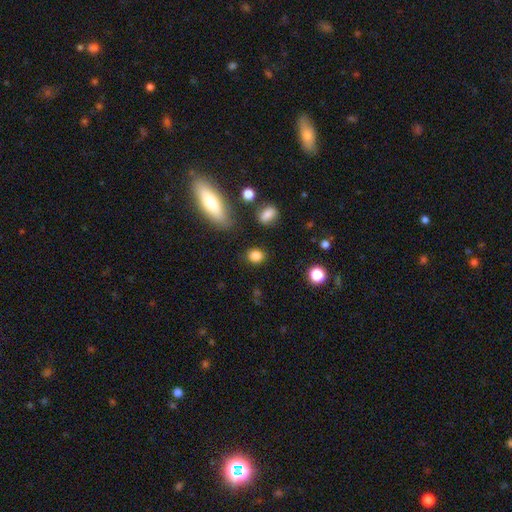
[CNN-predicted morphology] This is clearly a smooth galaxy (84%). How rounded: likely round (61%). Merging: clearly none (84%).